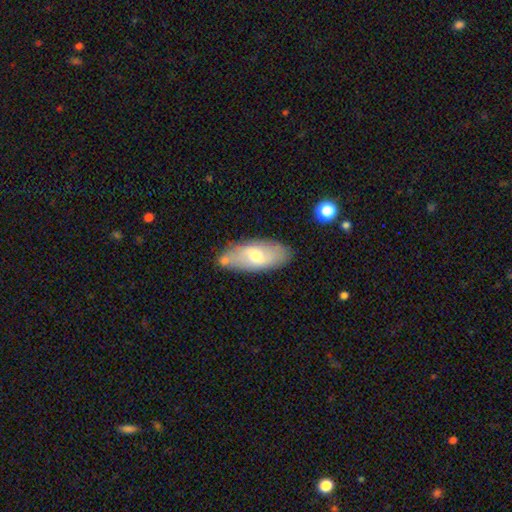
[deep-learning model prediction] This is possibly a smooth galaxy (56%). How rounded: clearly in between (83%). Merging: likely none (74%).